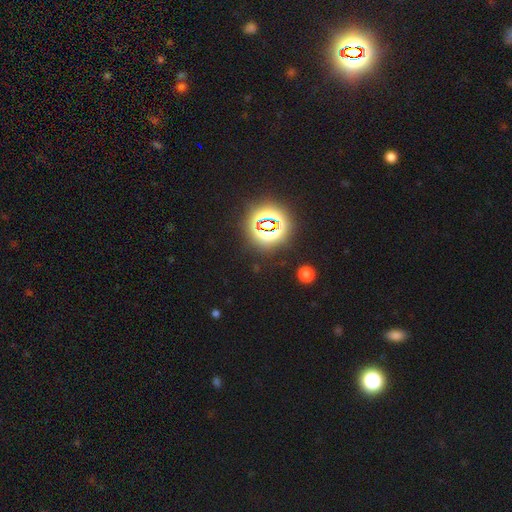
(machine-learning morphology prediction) Smooth or featured: star or artifact — 82% (smooth — 12%)